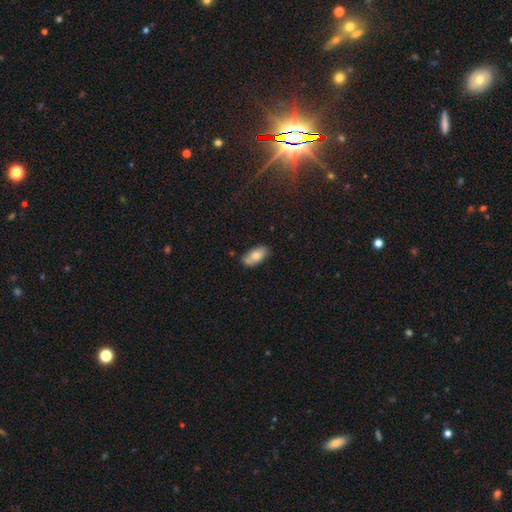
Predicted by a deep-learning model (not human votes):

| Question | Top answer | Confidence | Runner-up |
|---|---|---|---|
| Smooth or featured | smooth | 76% | featured or disk (17%) |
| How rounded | in between | 92% | cigar-shaped (5%) |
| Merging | none | 73% | minor disturbance (20%) |